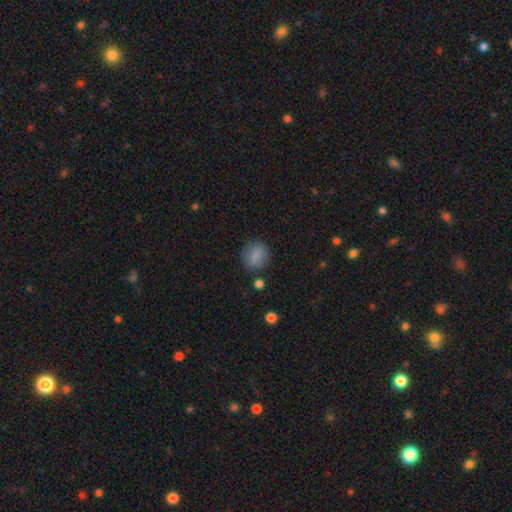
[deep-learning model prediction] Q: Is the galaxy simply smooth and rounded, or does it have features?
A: smooth — 83%.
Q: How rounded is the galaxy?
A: round — 62%.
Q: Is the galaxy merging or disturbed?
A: none — 78%.